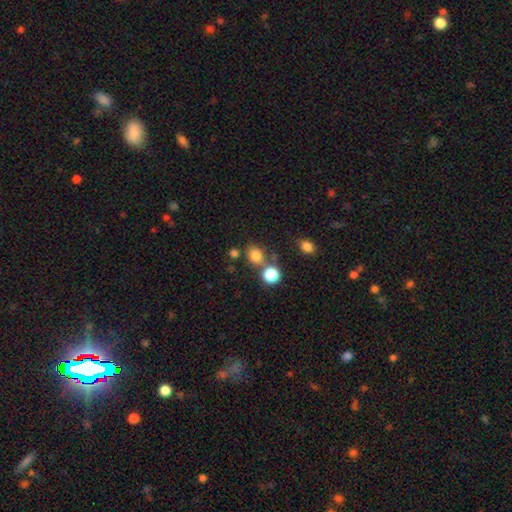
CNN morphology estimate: Overall: smooth (78%). How rounded: round (71%). Merging: none (64%).